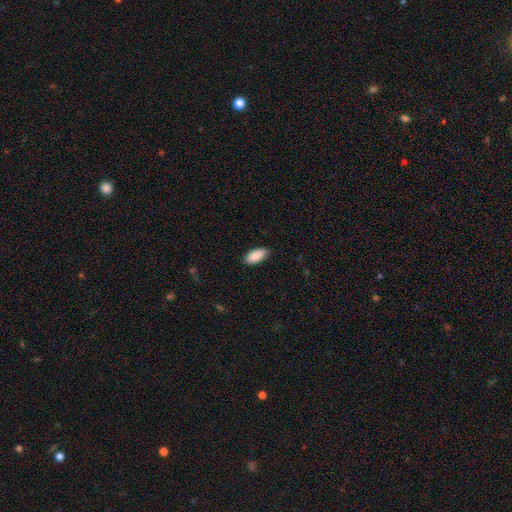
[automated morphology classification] smooth_or_featured: smooth (p=0.88) [alt: star or artifact p=0.06]
how_rounded: in between (p=0.93) [alt: cigar-shaped p=0.05]
merging: none (p=0.87) [alt: minor disturbance p=0.10]